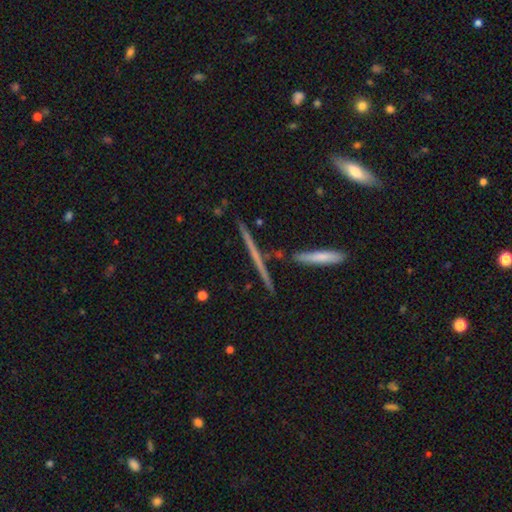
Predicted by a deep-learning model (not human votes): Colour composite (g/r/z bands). It shows a featured or disk galaxy (62%) viewed edge-on (96%) with no central bulge (74%). Merging: none (83%).